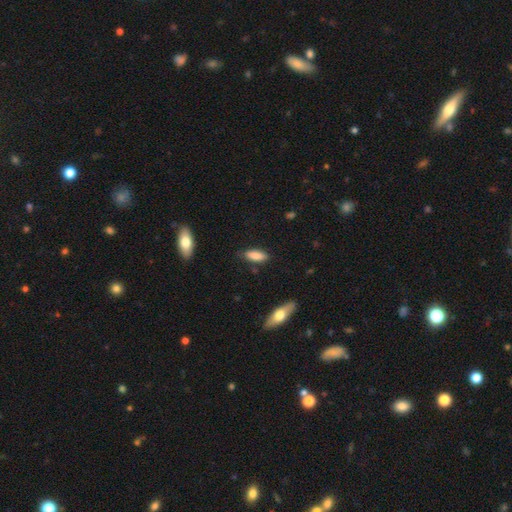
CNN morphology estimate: Smooth or featured: smooth — 84% (featured or disk — 9%)
How rounded: in between — 69% (cigar-shaped — 30%)
Merging: none — 80% (minor disturbance — 15%)